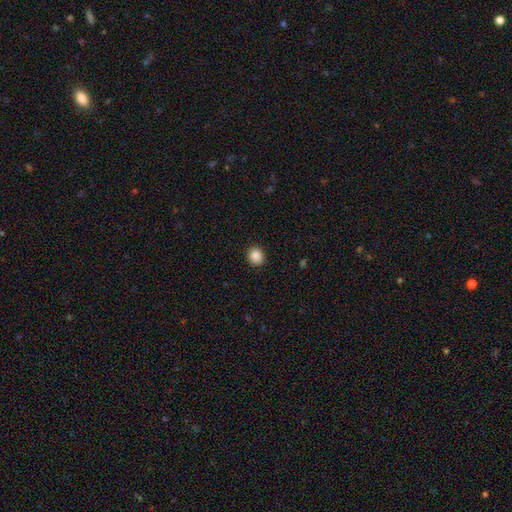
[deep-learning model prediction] Overall: smooth (88%). How rounded: round (78%). Merging: none (91%).